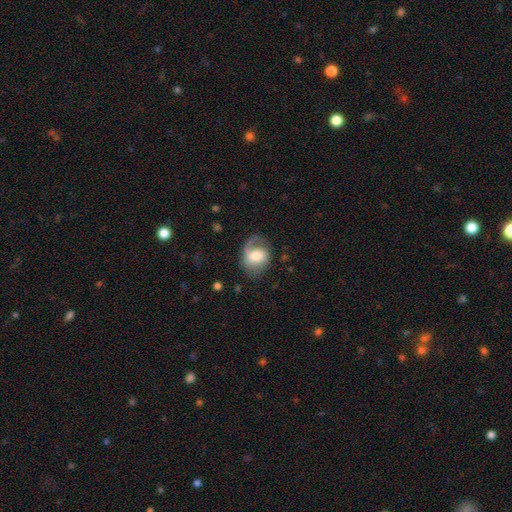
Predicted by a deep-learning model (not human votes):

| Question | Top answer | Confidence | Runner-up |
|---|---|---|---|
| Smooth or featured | featured or disk | 53% | smooth (40%) |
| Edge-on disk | no | 96% | yes (4%) |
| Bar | no | 49% | weak (37%) |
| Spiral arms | yes | 81% | no (19%) |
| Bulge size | moderate | 56% | small (22%) |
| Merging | none | 52% | minor disturbance (24%) |